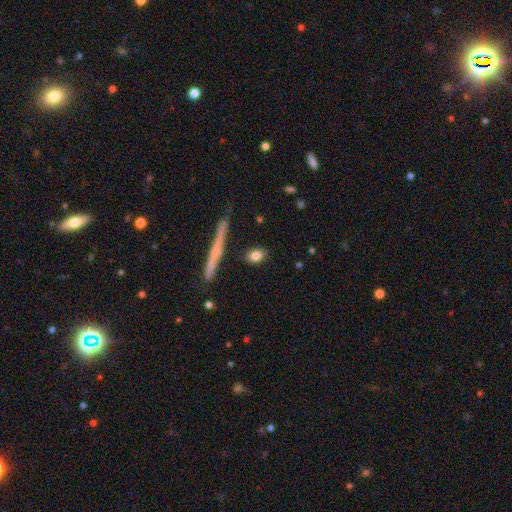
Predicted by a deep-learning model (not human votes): A smooth galaxy with no disk features (81%) that is in between round and cigar-shaped (69%).

Vote fractions:
- Smooth or featured? smooth: 81% / featured or disk: 12% / star or artifact: 7%
- How rounded? in between: 69% / round: 20% / cigar-shaped: 11%
- Merging? none: 81% / minor disturbance: 12% / major disturbance: 4% / merger: 3%